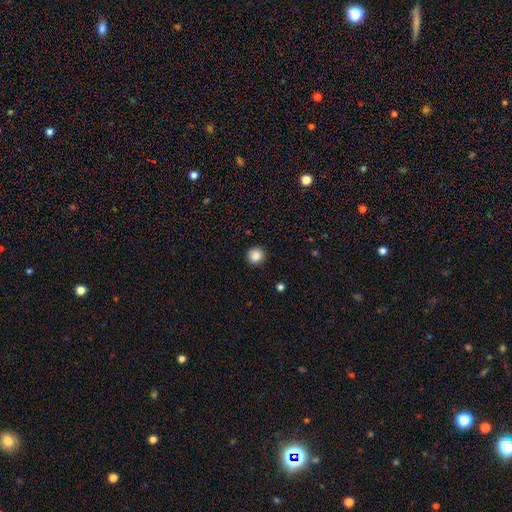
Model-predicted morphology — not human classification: Smooth or featured? smooth (86%)
How rounded? round (92%)
Merging? none (92%)